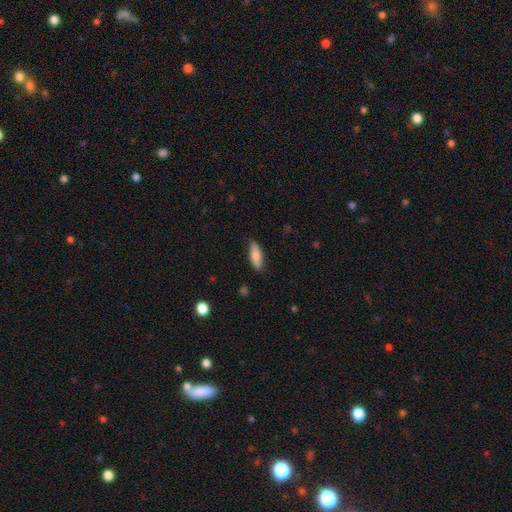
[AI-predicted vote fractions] A smooth galaxy with no disk features (80%) that is in between round and cigar-shaped (57%).

Vote fractions:
- Smooth or featured? smooth: 80% / featured or disk: 15% / star or artifact: 6%
- How rounded? in between: 57% / cigar-shaped: 41% / round: 2%
- Merging? none: 82% / minor disturbance: 14% / major disturbance: 2% / merger: 1%